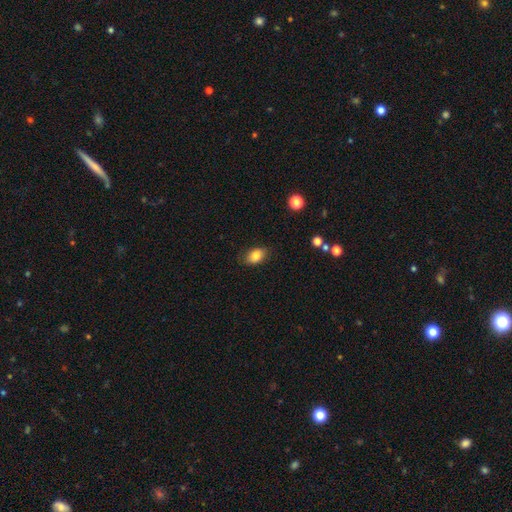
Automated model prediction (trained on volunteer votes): A smooth galaxy with no disk features (83%) that is in between round and cigar-shaped (86%).

Vote fractions:
- Smooth or featured? smooth: 83% / star or artifact: 9% / featured or disk: 8%
- How rounded? in between: 86% / round: 12% / cigar-shaped: 2%
- Merging? none: 84% / minor disturbance: 12% / major disturbance: 3% / merger: 1%